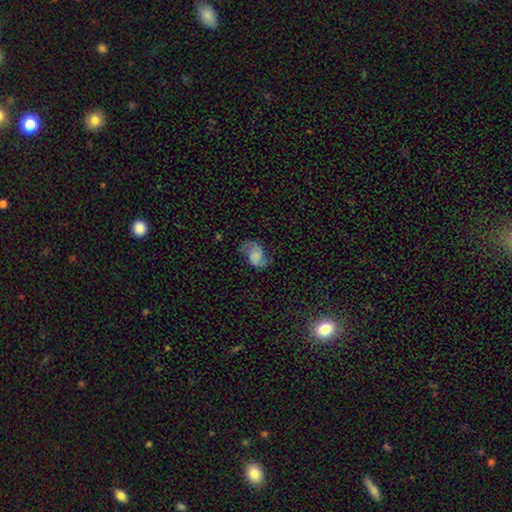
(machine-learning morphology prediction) smooth_or_featured: featured or disk (p=0.62) [alt: smooth p=0.28]
disk_edge_on: no (p=0.98) [alt: yes p=0.02]
bar: no (p=0.64) [alt: weak p=0.29]
has_spiral_arms: yes (p=0.92) [alt: no p=0.08]
spiral_winding: loose (p=0.50) [alt: medium p=0.38]
spiral_arm_count: 2 (p=0.89) [alt: 1 p=0.04]
bulge_size: none (p=0.48) [alt: small p=0.19]
merging: none (p=0.62) [alt: minor disturbance p=0.21]